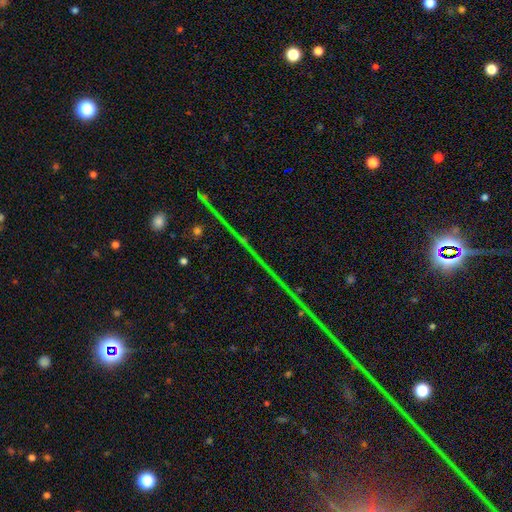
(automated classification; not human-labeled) A star or artifact, not a galaxy (84%).